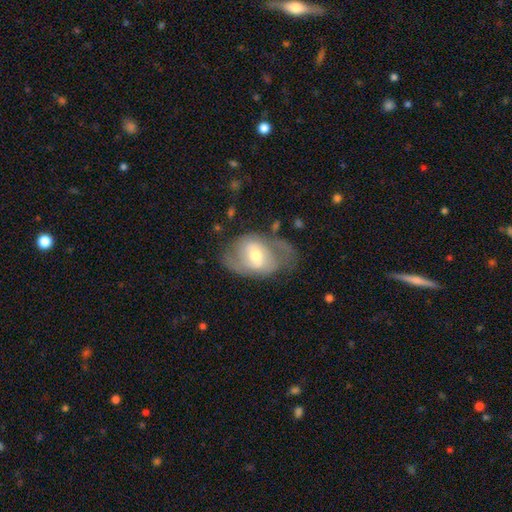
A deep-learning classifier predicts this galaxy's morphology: This is likely a featured or disk galaxy (67%). It is clearly not viewed edge-on (95%). Bar: possibly weak (46%). Spiral arm pattern: likely yes (74%). Central bulge: likely moderate (62%). Merging: possibly none (53%).